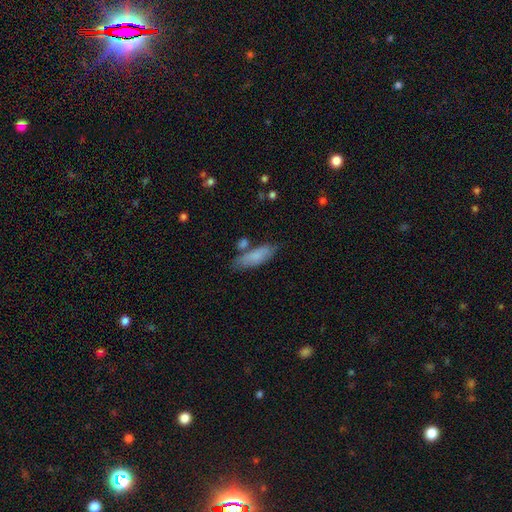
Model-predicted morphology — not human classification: A smooth galaxy with no disk features (79%) that is in between round and cigar-shaped (59%).

Vote fractions:
- Smooth or featured? smooth: 79% / featured or disk: 14% / star or artifact: 6%
- How rounded? in between: 59% / cigar-shaped: 38% / round: 2%
- Merging? none: 64% / minor disturbance: 19% / merger: 12% / major disturbance: 5%